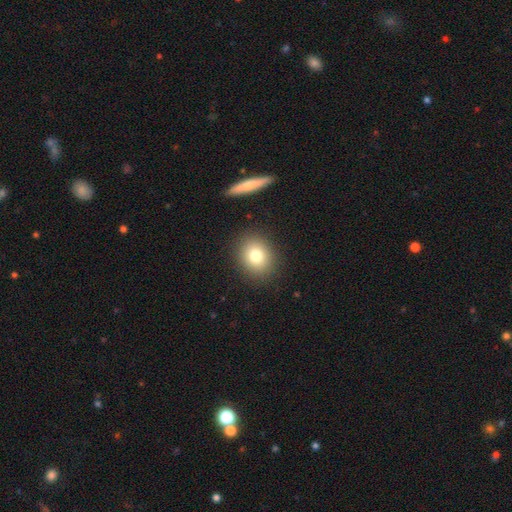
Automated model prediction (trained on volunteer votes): smooth-or-featured: smooth: 78% | featured or disk: 11% | star or artifact: 11%
  how-rounded: round: 64% | in between: 35% | cigar-shaped: 1%
  merging: none: 88% | minor disturbance: 8% | major disturbance: 3% | merger: 2%